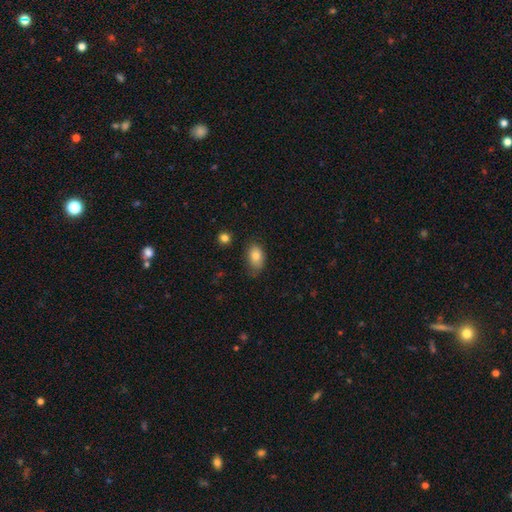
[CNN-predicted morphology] Smooth or featured: smooth — 81% (featured or disk — 11%)
How rounded: in between — 89% (round — 10%)
Merging: none — 64% (minor disturbance — 28%)